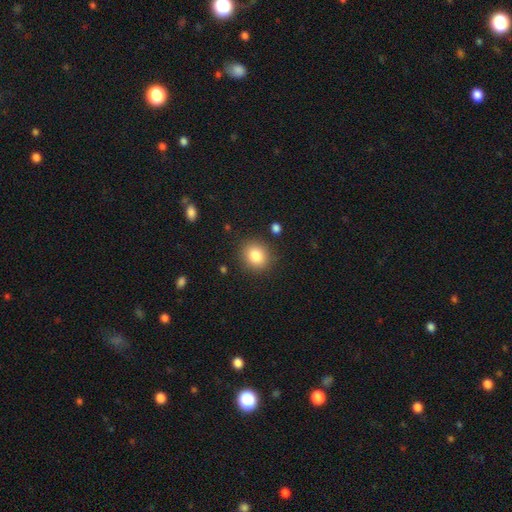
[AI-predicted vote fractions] smooth-or-featured: smooth: 84% | star or artifact: 10% | featured or disk: 7%
  how-rounded: round: 76% | in between: 23% | cigar-shaped: 1%
  merging: none: 87% | minor disturbance: 8% | major disturbance: 3% | merger: 2%